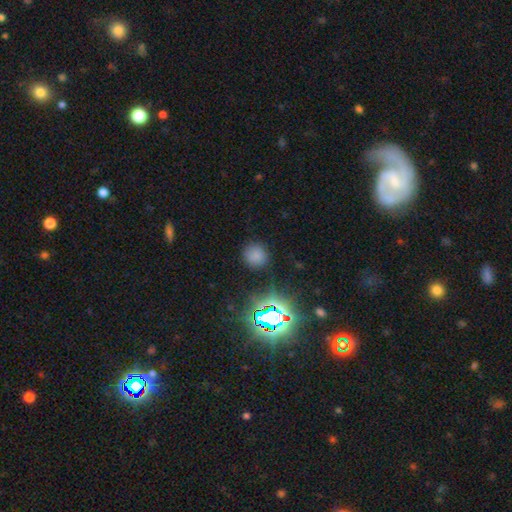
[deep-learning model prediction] Smooth or featured? smooth (71%)
How rounded? round (89%)
Merging? none (85%)